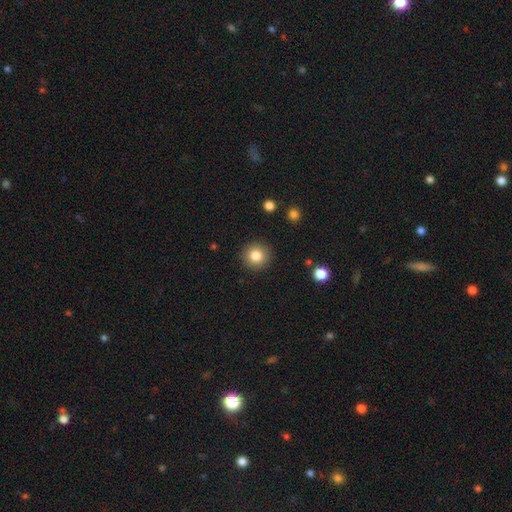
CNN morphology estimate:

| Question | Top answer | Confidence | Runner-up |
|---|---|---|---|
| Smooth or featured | smooth | 83% | star or artifact (10%) |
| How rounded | round | 94% | in between (5%) |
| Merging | none | 91% | minor disturbance (6%) |